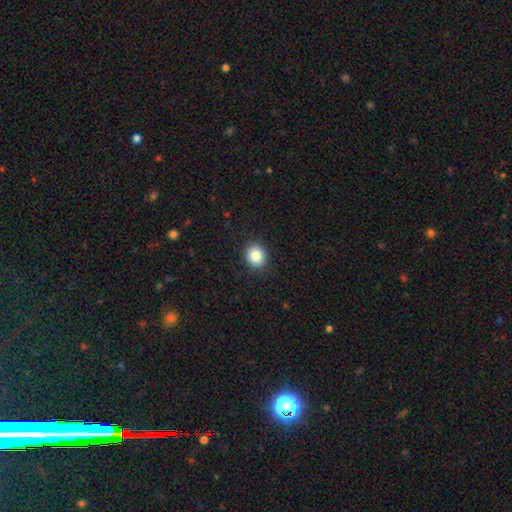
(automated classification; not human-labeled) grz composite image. It shows a smooth galaxy with no disk features (84%) that is round (72%). Merging: none (90%).